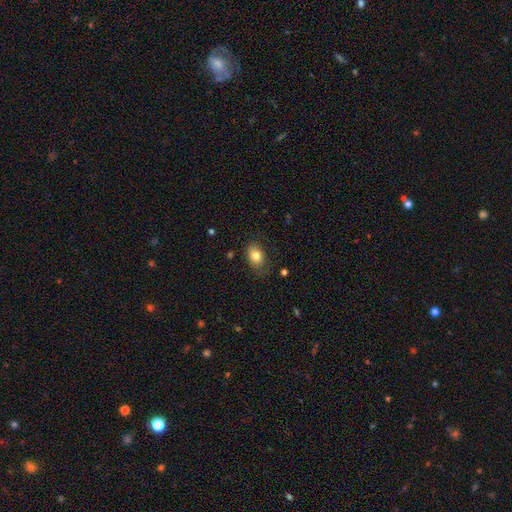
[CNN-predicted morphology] The model was most divided on "merging": none: 73%, minor disturbance: 20%, major disturbance: 5%, merger: 1%. More confident: smooth or featured — smooth (81%); how rounded — in between (79%).